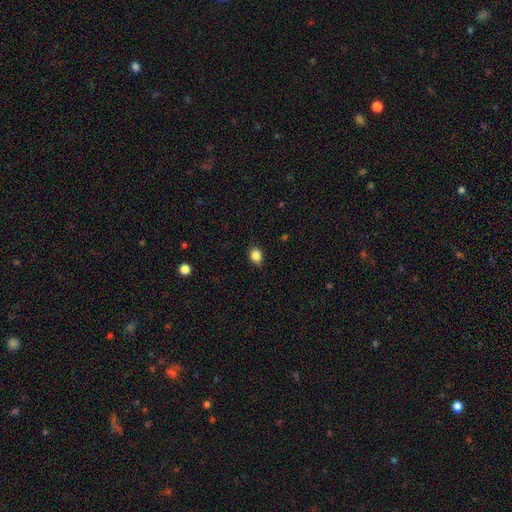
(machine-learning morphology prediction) This appears to be a smooth galaxy with no disk features (85%) that is in between round and cigar-shaped (54%). Merging: none (83%).